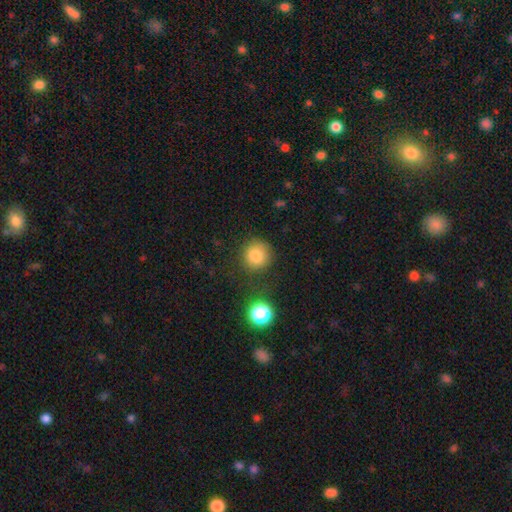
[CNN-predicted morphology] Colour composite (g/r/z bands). It shows a smooth galaxy with no disk features (84%) that is round (92%). Merging: none (79%).